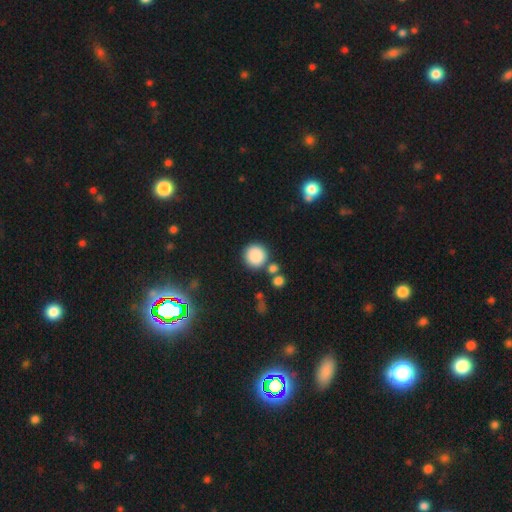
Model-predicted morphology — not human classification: A smooth galaxy with no disk features (86%) that is round (93%).

Vote fractions:
- Smooth or featured? smooth: 86% / star or artifact: 9% / featured or disk: 4%
- How rounded? round: 93% / in between: 6% / cigar-shaped: 1%
- Merging? none: 77% / merger: 11% / minor disturbance: 9% / major disturbance: 3%